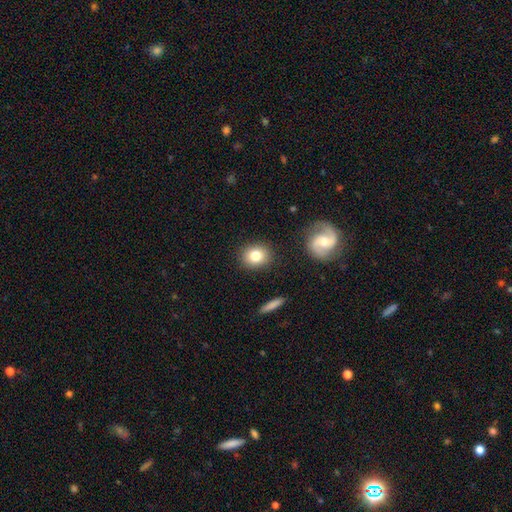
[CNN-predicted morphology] Smooth or featured? smooth (81%)
How rounded? round (67%)
Merging? none (87%)